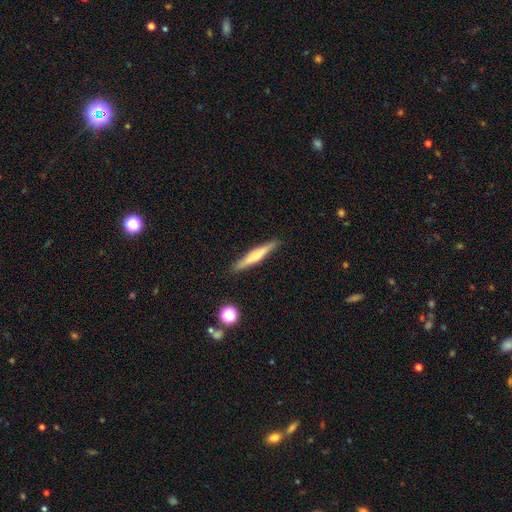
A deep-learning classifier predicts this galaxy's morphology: type=smooth (50%); merging=none (90%).